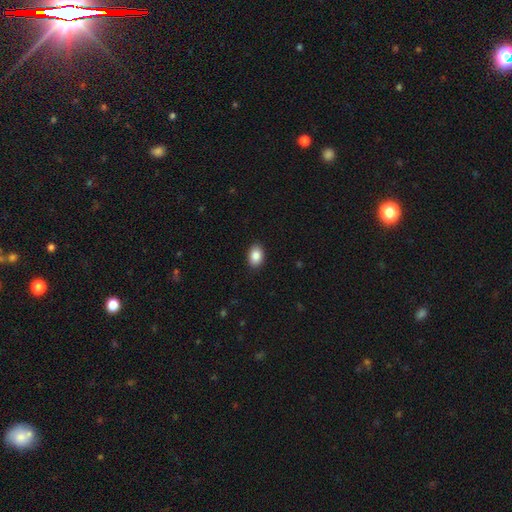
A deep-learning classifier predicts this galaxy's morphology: smooth_or_featured: smooth (p=0.88) [alt: star or artifact p=0.08]
how_rounded: in between (p=0.85) [alt: round p=0.14]
merging: none (p=0.89) [alt: minor disturbance p=0.08]